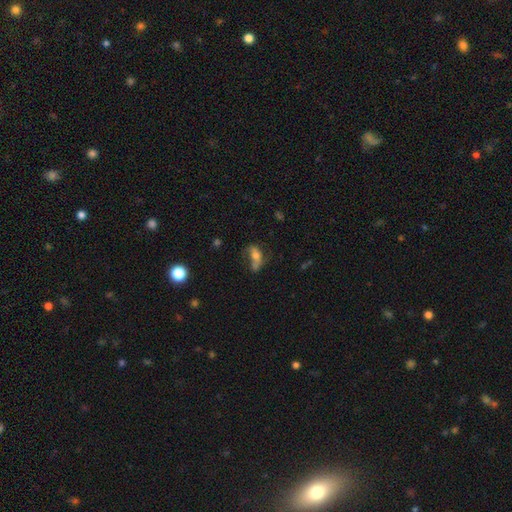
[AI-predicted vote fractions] Overall: smooth (56%; featured or disk 30%). How rounded: in between (76%). Merging: none (32%; major disturbance 25%).